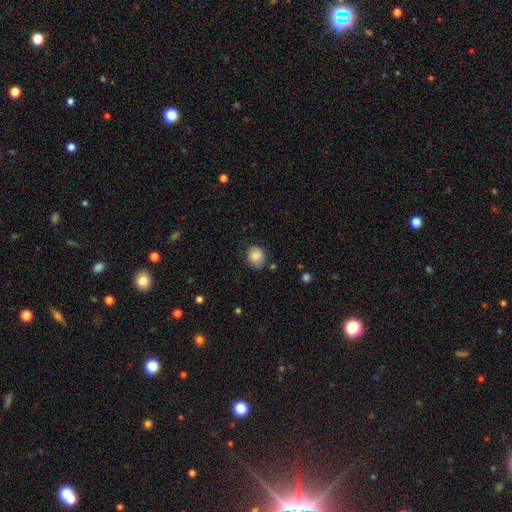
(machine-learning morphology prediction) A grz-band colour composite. It shows a smooth galaxy with no disk features (83%) that is round (60%). Merging: none (72%).